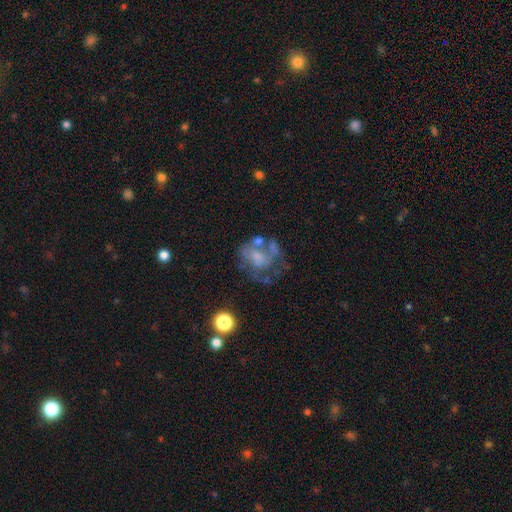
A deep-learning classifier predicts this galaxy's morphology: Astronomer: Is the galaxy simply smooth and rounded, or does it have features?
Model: featured or disk — 61%.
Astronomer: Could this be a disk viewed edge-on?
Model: no — 98%.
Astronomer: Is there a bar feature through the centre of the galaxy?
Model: no — 74%.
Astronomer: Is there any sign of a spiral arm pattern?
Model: no — 54% (runner-up: yes, 46%).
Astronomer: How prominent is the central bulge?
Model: small — 38% (runner-up: moderate, 29%).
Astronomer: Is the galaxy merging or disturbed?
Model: none — 37% (runner-up: major disturbance, 30%).